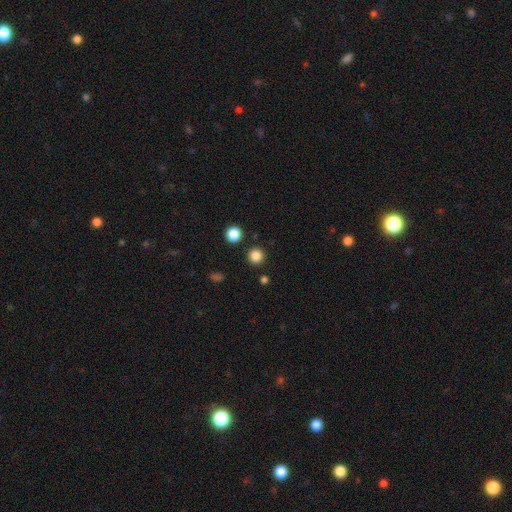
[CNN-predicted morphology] Smooth or featured?
  - smooth: 84% *
  - star or artifact: 12%
  - featured or disk: 3%
How rounded?
  - round: 95% *
  - in between: 4%
  - cigar-shaped: 1%
Merging?
  - none: 90% *
  - minor disturbance: 5%
  - merger: 3%
  - major disturbance: 2%